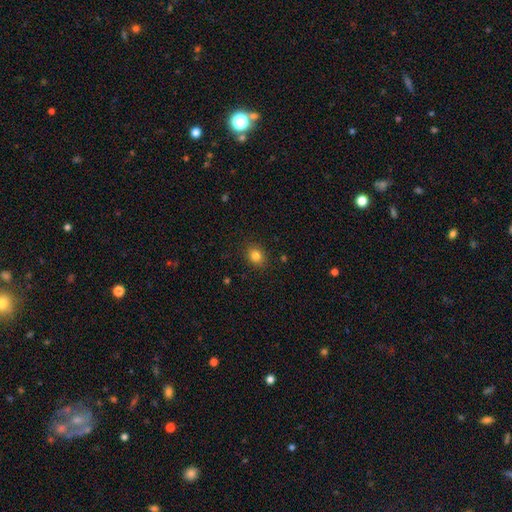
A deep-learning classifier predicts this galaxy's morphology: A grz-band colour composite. It shows a smooth galaxy with no disk features (83%) that is round (58%). Merging: none (88%).